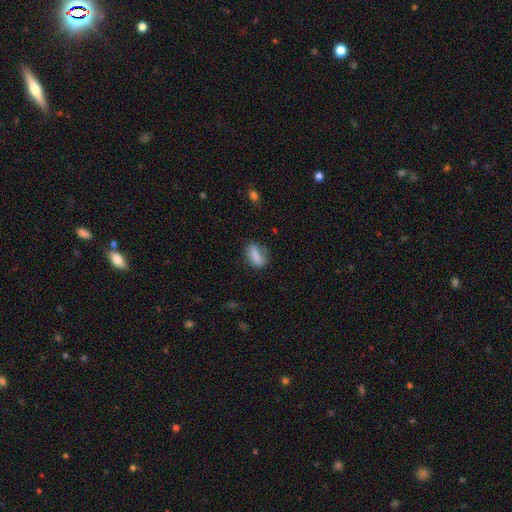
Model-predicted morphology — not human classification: Smooth or featured?
  - smooth: 79% *
  - featured or disk: 12%
  - star or artifact: 8%
How rounded?
  - in between: 70% *
  - cigar-shaped: 21%
  - round: 9%
Merging?
  - none: 70% *
  - minor disturbance: 20%
  - major disturbance: 7%
  - merger: 3%